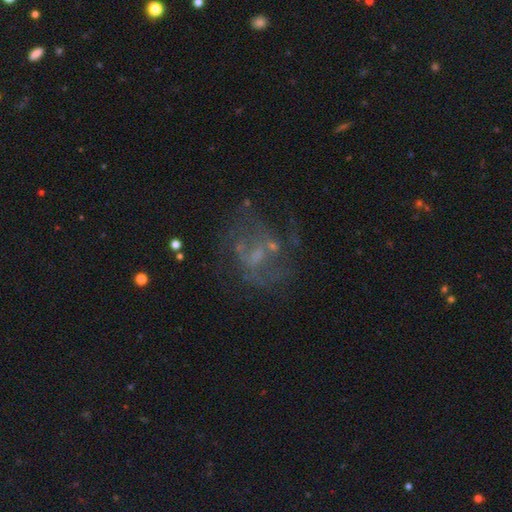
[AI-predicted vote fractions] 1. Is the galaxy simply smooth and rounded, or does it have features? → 58% featured or disk, 26% star or artifact, 17% smooth.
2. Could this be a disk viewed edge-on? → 98% no, 2% yes.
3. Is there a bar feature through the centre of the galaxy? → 69% no, 25% weak, 6% strong.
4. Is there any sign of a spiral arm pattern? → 61% no, 39% yes.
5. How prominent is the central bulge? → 42% none, 39% small, 16% moderate, 2% large, 1% dominant.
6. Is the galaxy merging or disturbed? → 47% none, 28% major disturbance, 16% minor disturbance, 8% merger.